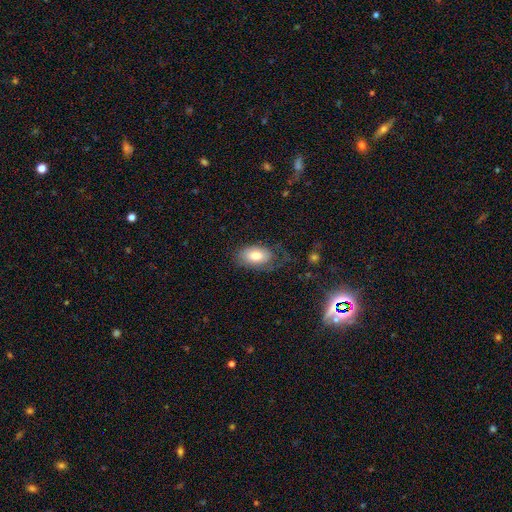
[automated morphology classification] smooth-or-featured: smooth: 75% | featured or disk: 18% | star or artifact: 7%
  how-rounded: in between: 93% | round: 6% | cigar-shaped: 2%
  merging: none: 55% | minor disturbance: 25% | major disturbance: 18% | merger: 2%